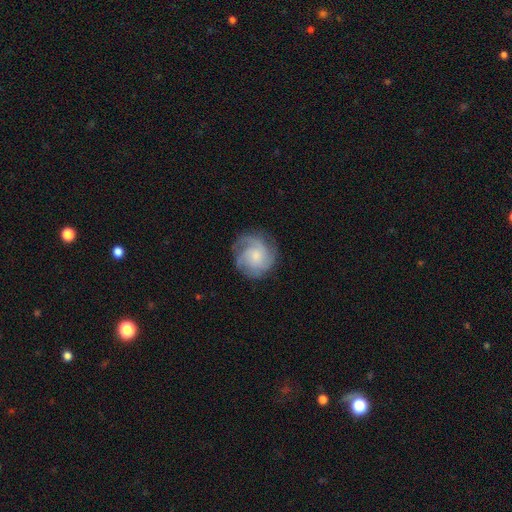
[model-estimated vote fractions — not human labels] Smooth or featured? featured or disk (71%)
Edge-on disk? no (98%)
Bar? no (71%)
Spiral arms? yes (95%)
Spiral winding? tight (49%)
Spiral arm count? 3 (40%)
Bulge size? small (42%)
Merging? none (74%)